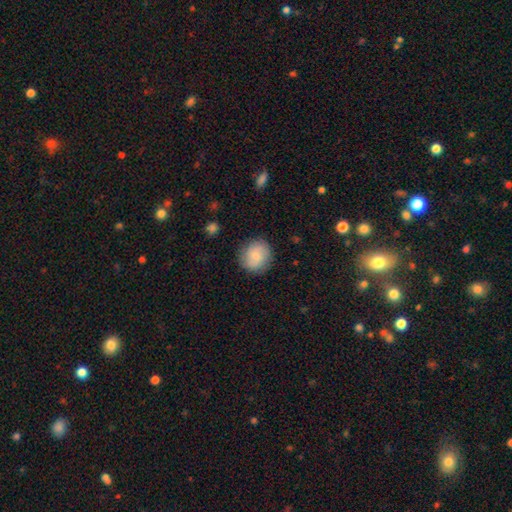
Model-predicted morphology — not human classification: A smooth galaxy with no disk features (76%) that is round (83%).

Vote fractions:
- Smooth or featured? smooth: 76% / featured or disk: 16% / star or artifact: 7%
- How rounded? round: 83% / in between: 16% / cigar-shaped: 1%
- Merging? none: 84% / minor disturbance: 11% / major disturbance: 3% / merger: 1%